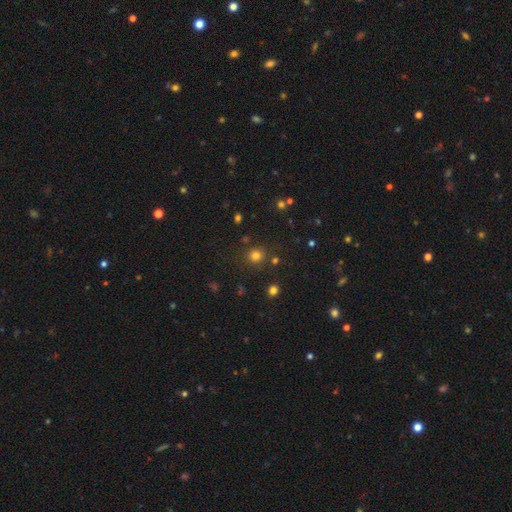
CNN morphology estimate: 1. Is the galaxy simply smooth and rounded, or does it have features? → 76% smooth, 18% star or artifact, 6% featured or disk.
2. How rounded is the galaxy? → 90% round, 9% in between, 1% cigar-shaped.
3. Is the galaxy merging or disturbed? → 83% none, 8% minor disturbance, 5% merger, 3% major disturbance.